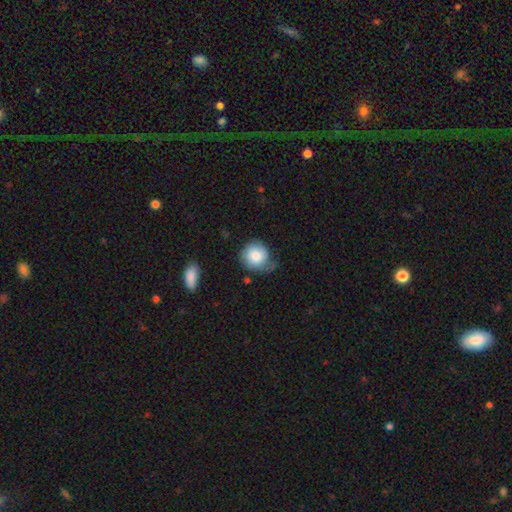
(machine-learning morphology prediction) Q: Smooth or featured?
A: smooth (78%); runner-up: featured or disk (15%)
Q: How rounded?
A: round (86%); runner-up: in between (13%)
Q: Merging?
A: none (49%); runner-up: minor disturbance (34%)